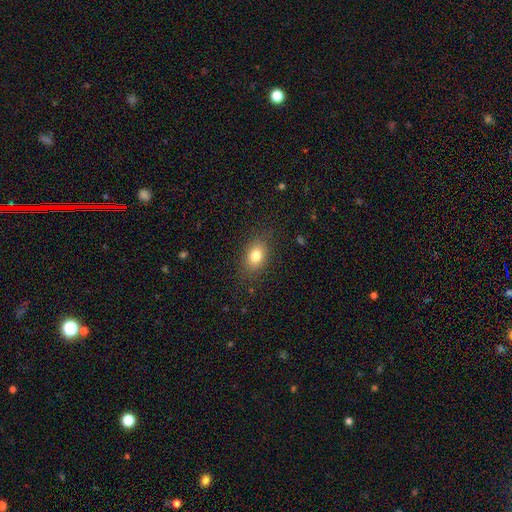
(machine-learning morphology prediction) Smooth or featured? smooth (80%)
How rounded? in between (75%)
Merging? none (84%)